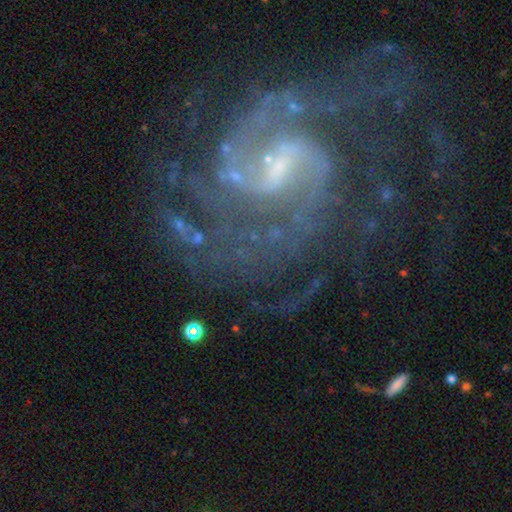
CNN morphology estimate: smooth-or-featured: featured or disk: 90% | star or artifact: 7% | smooth: 3%
  disk-edge-on: no: 98% | yes: 2%
    bar: weak: 55% | strong: 26% | no: 19%
    has-spiral-arms: yes: 97% | no: 3%
      spiral-winding: medium: 51% | tight: 31% | loose: 18%
      spiral-arm-count: 2: 53% | can't tell: 15% | 3: 13% | 4: 7% | 1: 6% | more than 4: 6%
    bulge-size: small: 63% | moderate: 18% | none: 16% | large: 2% | dominant: 1%
  merging: none: 60% | major disturbance: 19% | minor disturbance: 16% | merger: 5%